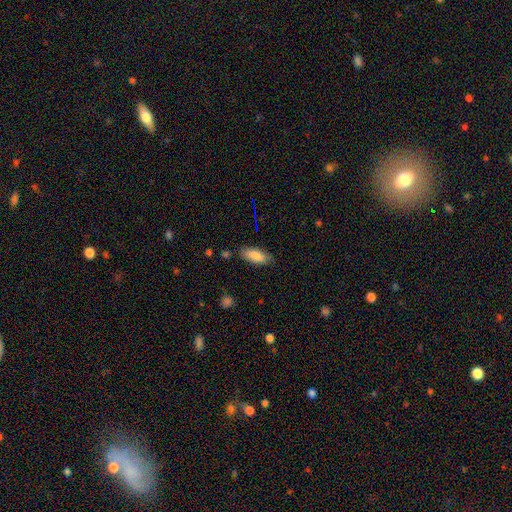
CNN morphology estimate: A smooth galaxy with no disk features (85%) that is in between round and cigar-shaped (80%). Merging: none (82%).